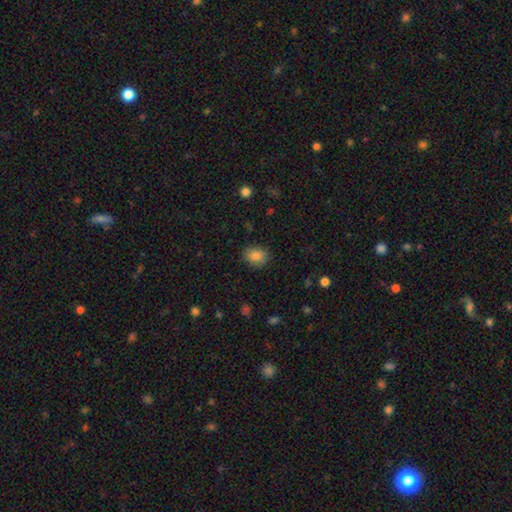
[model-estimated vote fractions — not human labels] Smooth or featured? Predicted: smooth (p=0.84). How rounded? Predicted: in between (p=0.53). Merging? Predicted: none (p=0.86).